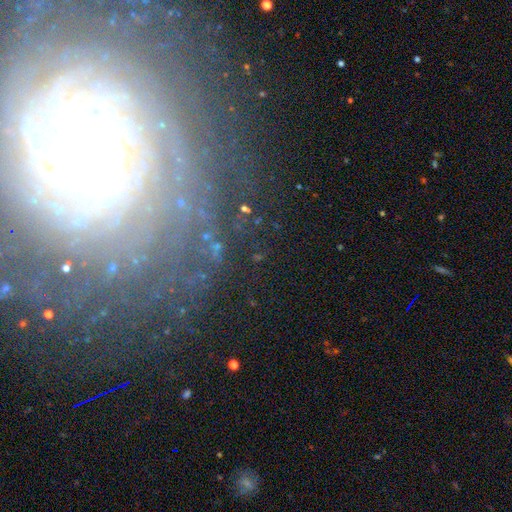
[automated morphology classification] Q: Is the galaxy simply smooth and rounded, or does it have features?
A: featured or disk — 71%.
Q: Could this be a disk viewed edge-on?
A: no — 94%.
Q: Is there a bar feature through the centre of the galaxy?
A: no — 65%.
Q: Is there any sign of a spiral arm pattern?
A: yes — 90%.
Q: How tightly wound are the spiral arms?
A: tight — 84%.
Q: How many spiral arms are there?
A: can't tell — 35%.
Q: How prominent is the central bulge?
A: small — 43%.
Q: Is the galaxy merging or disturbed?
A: none — 75%.